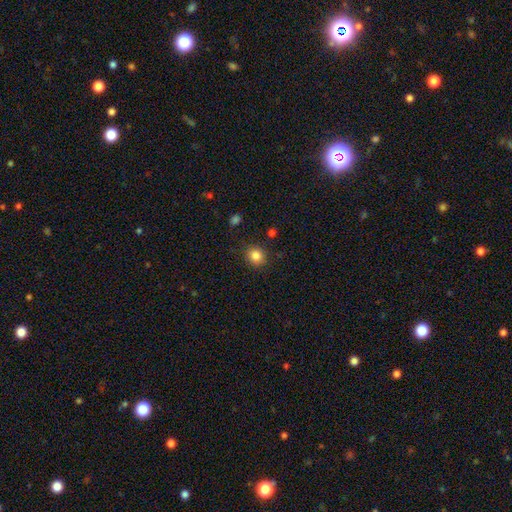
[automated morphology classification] Smooth or featured? Predicted: smooth (p=0.84). How rounded? Predicted: round (p=0.87). Merging? Predicted: none (p=0.86).